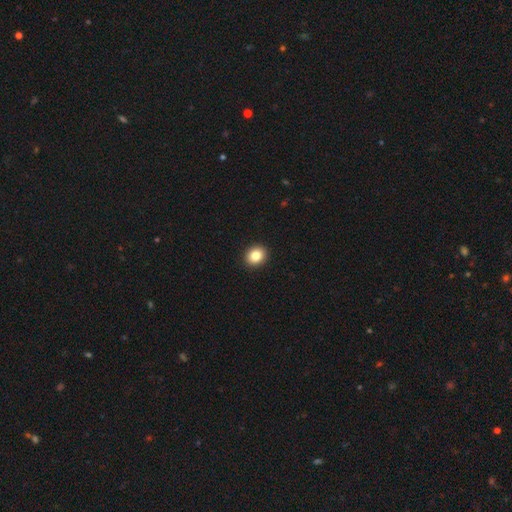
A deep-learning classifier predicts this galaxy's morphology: Overall: smooth (84%). How rounded: round (69%; in between 30%). Merging: none (93%).